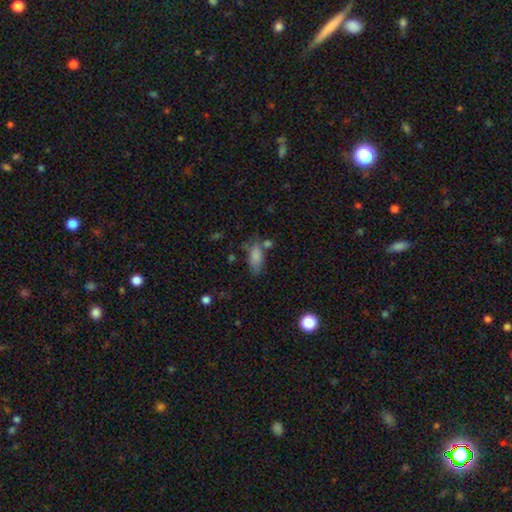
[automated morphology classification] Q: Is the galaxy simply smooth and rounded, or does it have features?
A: smooth — 79%.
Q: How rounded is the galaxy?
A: in between — 81%.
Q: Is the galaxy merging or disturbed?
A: none — 48%.